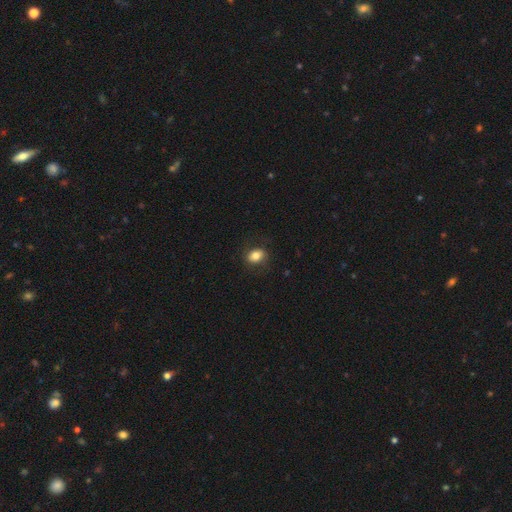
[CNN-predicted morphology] Smooth or featured? smooth (81%)
How rounded? in between (59%)
Merging? none (81%)